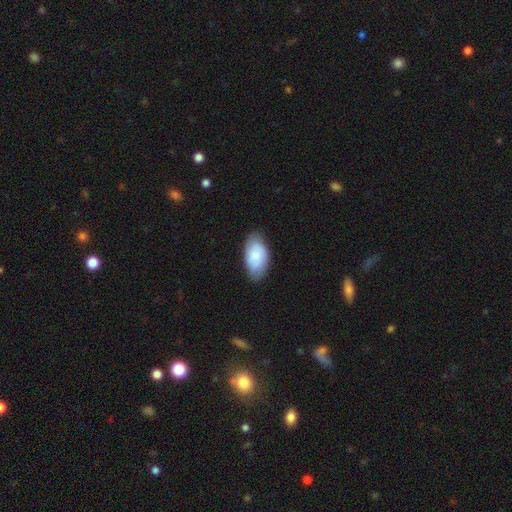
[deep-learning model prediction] A smooth galaxy with no disk features (74%) that is in between round and cigar-shaped (95%).

Vote fractions:
- Smooth or featured? smooth: 74% / featured or disk: 20% / star or artifact: 6%
- How rounded? in between: 95% / round: 3% / cigar-shaped: 2%
- Merging? none: 77% / minor disturbance: 18% / major disturbance: 3% / merger: 1%